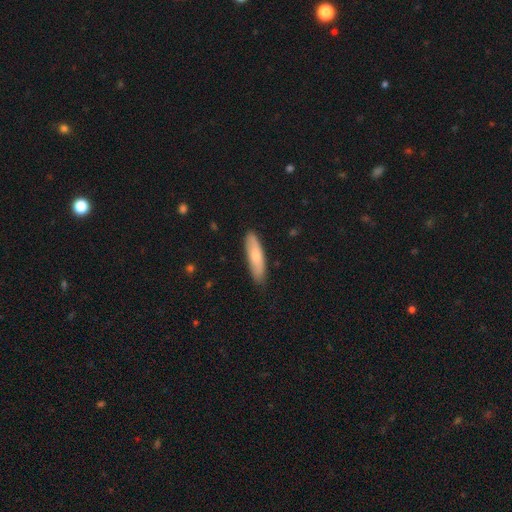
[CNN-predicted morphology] Overall: smooth (74%). How rounded: cigar-shaped (70%). Merging: none (85%).